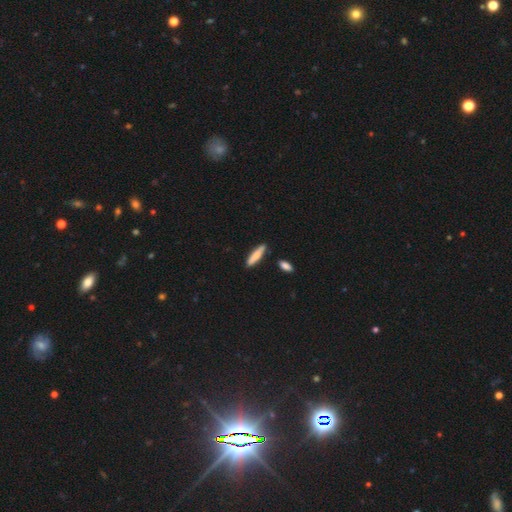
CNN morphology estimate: A smooth galaxy with no disk features (79%) that is cigar-shaped (83%).

Vote fractions:
- Smooth or featured? smooth: 79% / featured or disk: 16% / star or artifact: 6%
- How rounded? cigar-shaped: 83% / in between: 15% / round: 2%
- Merging? none: 84% / minor disturbance: 10% / merger: 5% / major disturbance: 2%